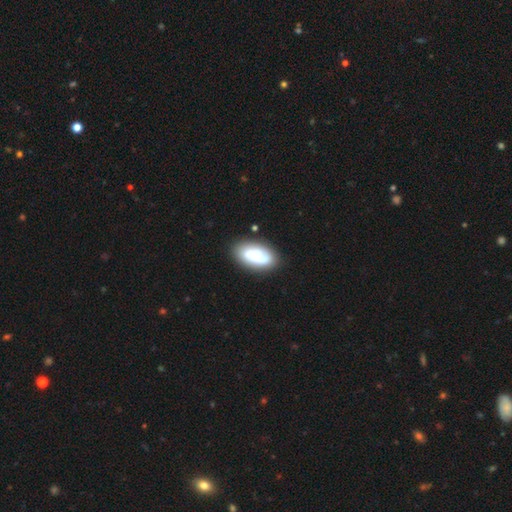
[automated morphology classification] The model was most divided on "smooth or featured": smooth: 73%, featured or disk: 21%, star or artifact: 7%. More confident: how rounded — in between (92%); merging — none (78%).